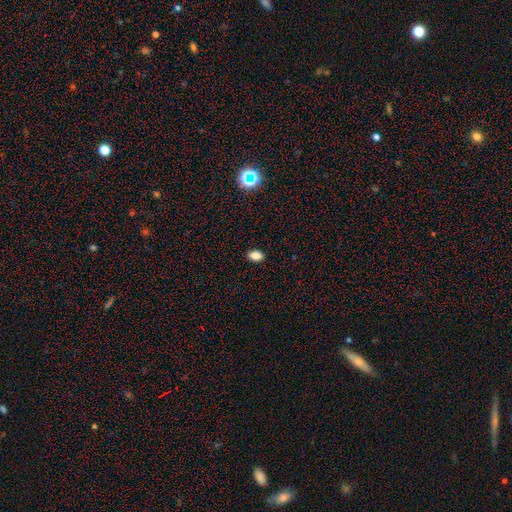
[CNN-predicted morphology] Q: Smooth or featured?
A: smooth (84%); runner-up: star or artifact (11%)
Q: How rounded?
A: in between (87%); runner-up: round (11%)
Q: Merging?
A: none (90%); runner-up: minor disturbance (7%)